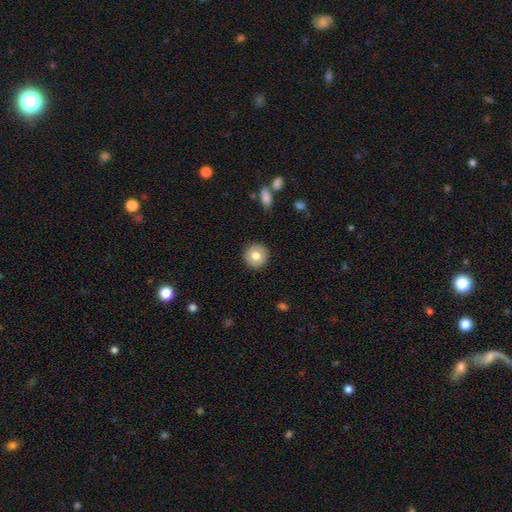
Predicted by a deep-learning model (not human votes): A smooth galaxy with no disk features (78%) that is round (94%).

Vote fractions:
- Smooth or featured? smooth: 78% / featured or disk: 14% / star or artifact: 8%
- How rounded? round: 94% / in between: 5% / cigar-shaped: 1%
- Merging? none: 91% / minor disturbance: 6% / major disturbance: 2% / merger: 1%